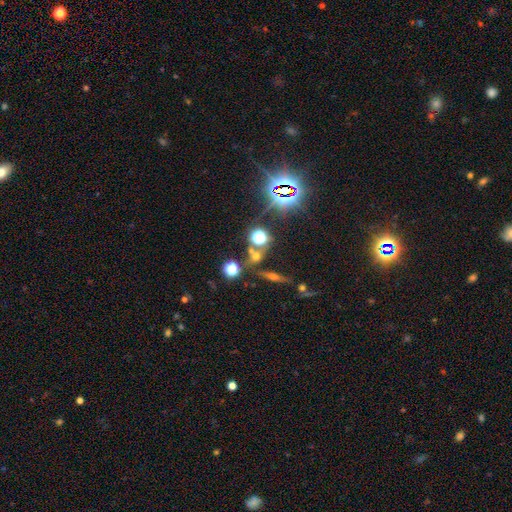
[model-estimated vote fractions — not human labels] Smooth or featured?
  - star or artifact: 44% *
  - smooth: 37%
  - featured or disk: 19%